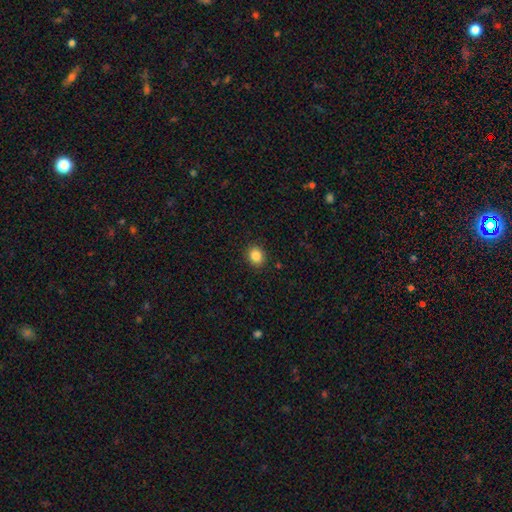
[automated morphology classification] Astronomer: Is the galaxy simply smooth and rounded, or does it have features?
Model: smooth — 86%.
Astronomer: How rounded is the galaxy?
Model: round — 67%.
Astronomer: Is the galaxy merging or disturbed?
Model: none — 90%.